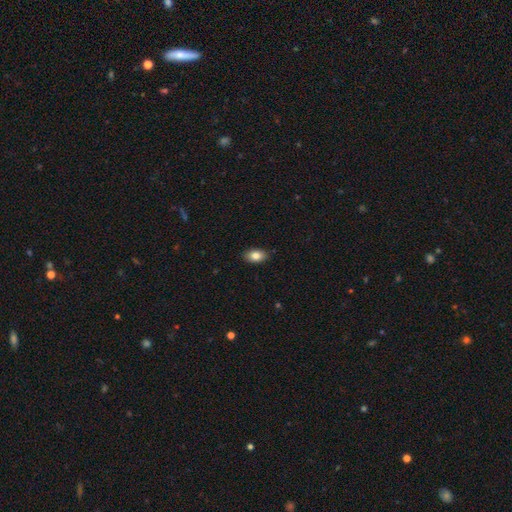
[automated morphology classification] The model was most divided on "smooth or featured": smooth: 84%, featured or disk: 8%, star or artifact: 8%. More confident: how rounded — in between (91%); merging — none (88%).